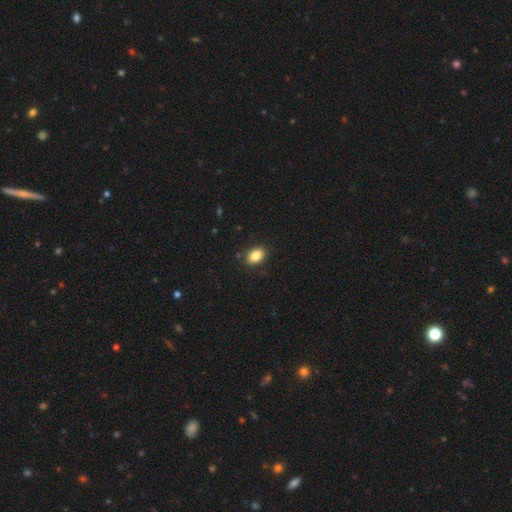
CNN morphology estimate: Smooth or featured? Predicted: smooth (p=0.85). How rounded? Predicted: in between (p=0.84). Merging? Predicted: none (p=0.86).